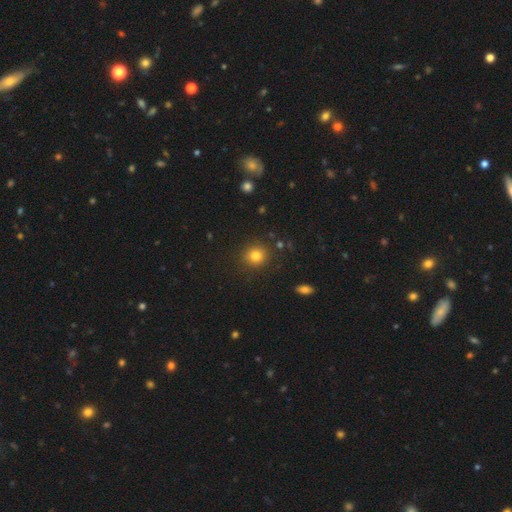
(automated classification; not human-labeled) The model was most divided on "smooth or featured": smooth: 81%, star or artifact: 12%, featured or disk: 6%. More confident: merging — none (89%); how rounded — round (87%).